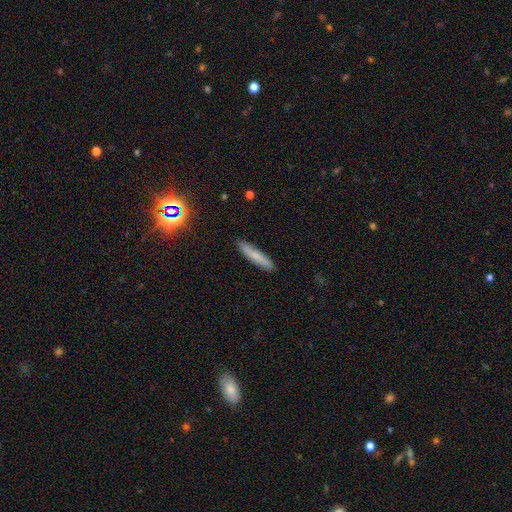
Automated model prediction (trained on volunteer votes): Smooth or featured? Predicted: smooth (p=0.75). How rounded? Predicted: cigar-shaped (p=0.90). Merging? Predicted: none (p=0.90).